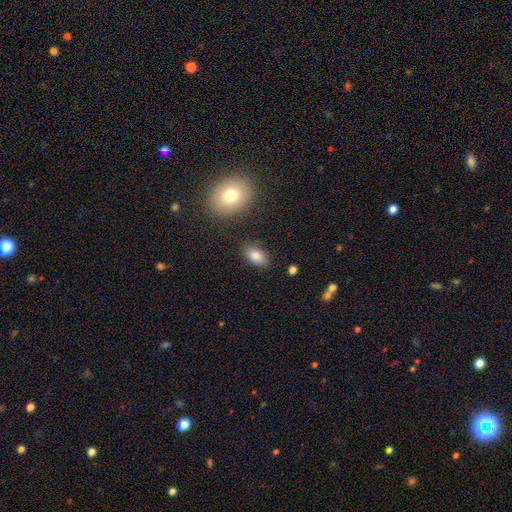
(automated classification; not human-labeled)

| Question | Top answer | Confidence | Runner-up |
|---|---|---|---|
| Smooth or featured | smooth | 83% | featured or disk (9%) |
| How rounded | in between | 91% | round (6%) |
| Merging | none | 84% | minor disturbance (10%) |